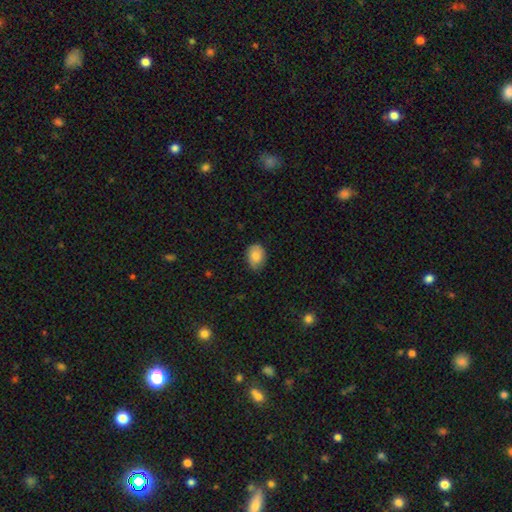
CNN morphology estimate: Q: Smooth or featured?
A: smooth (84%); runner-up: featured or disk (9%)
Q: How rounded?
A: in between (68%); runner-up: round (31%)
Q: Merging?
A: none (74%); runner-up: minor disturbance (22%)